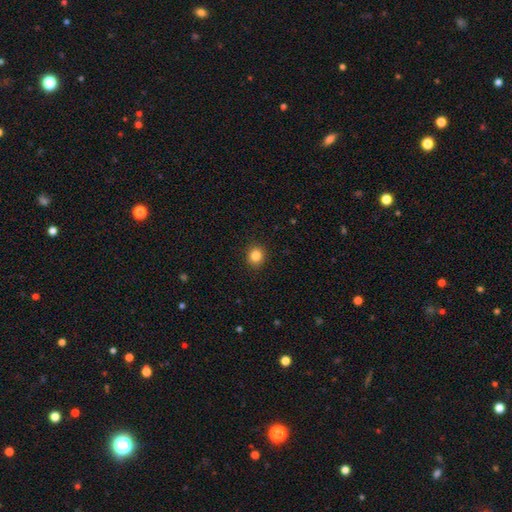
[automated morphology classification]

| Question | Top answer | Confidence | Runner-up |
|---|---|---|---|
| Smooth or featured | smooth | 84% | star or artifact (11%) |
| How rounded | round | 84% | in between (15%) |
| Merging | none | 91% | minor disturbance (6%) |